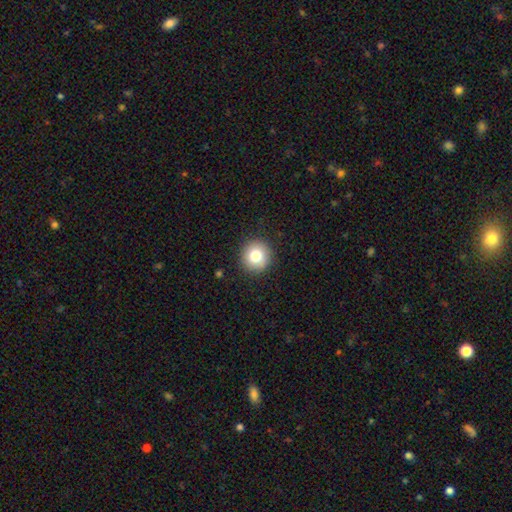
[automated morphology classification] Smooth or featured: smooth — 79% (featured or disk — 11%)
How rounded: round — 94% (in between — 5%)
Merging: none — 90% (minor disturbance — 6%)